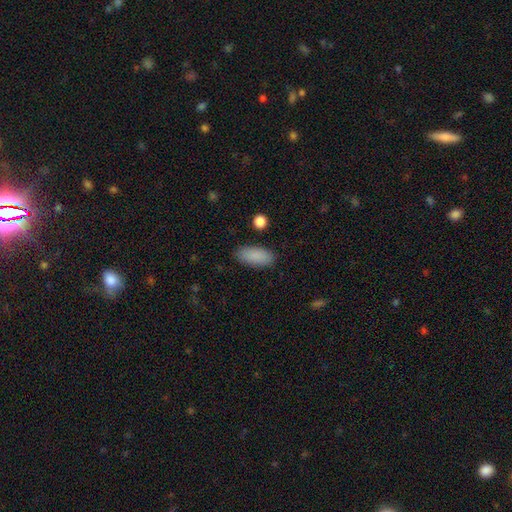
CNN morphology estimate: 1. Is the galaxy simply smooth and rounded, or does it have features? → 89% smooth, 7% star or artifact, 5% featured or disk.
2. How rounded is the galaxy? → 87% in between, 11% cigar-shaped, 2% round.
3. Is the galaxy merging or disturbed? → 86% none, 10% minor disturbance, 3% major disturbance, 2% merger.